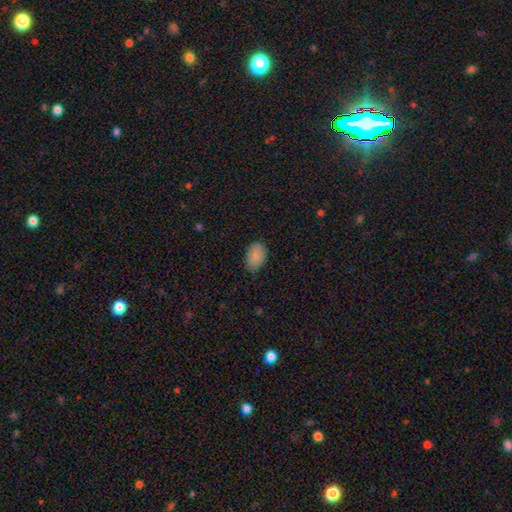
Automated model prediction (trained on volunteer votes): Smooth or featured? Predicted: smooth (p=0.86). How rounded? Predicted: in between (p=0.89). Merging? Predicted: none (p=0.79).